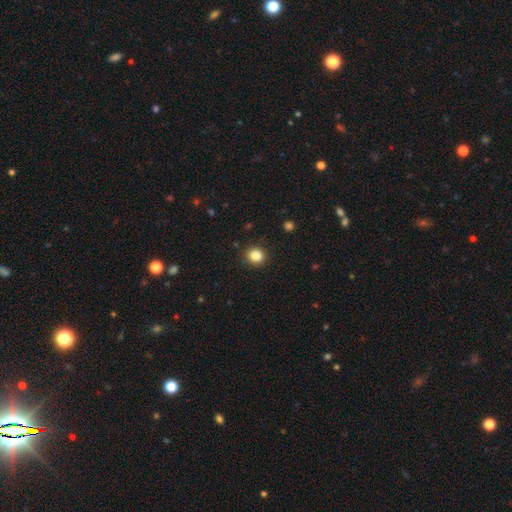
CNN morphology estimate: The model was most divided on "how rounded": round: 81%, in between: 18%, cigar-shaped: 1%. More confident: merging — none (87%); smooth or featured — smooth (86%).